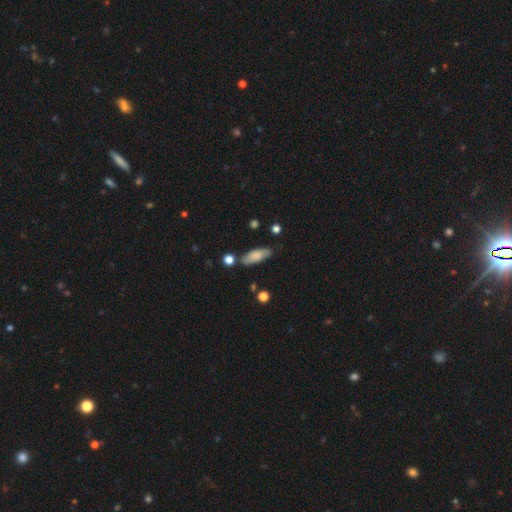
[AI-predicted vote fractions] Smooth or featured? Predicted: smooth (p=0.79). How rounded? Predicted: in between (p=0.69). Merging? Predicted: none (p=0.75).